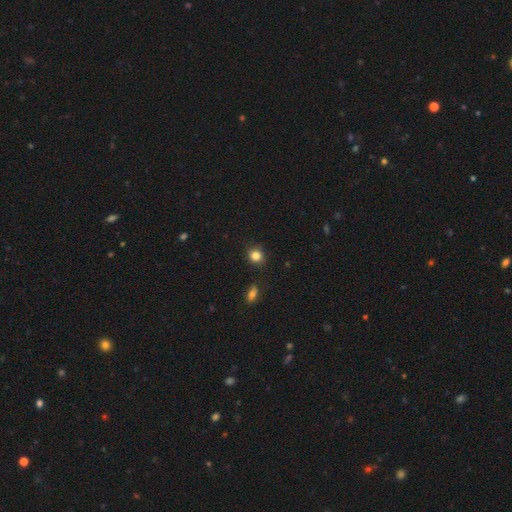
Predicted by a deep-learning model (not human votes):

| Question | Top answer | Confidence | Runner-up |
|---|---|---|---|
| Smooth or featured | smooth | 84% | star or artifact (11%) |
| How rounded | round | 83% | in between (16%) |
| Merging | none | 87% | minor disturbance (9%) |